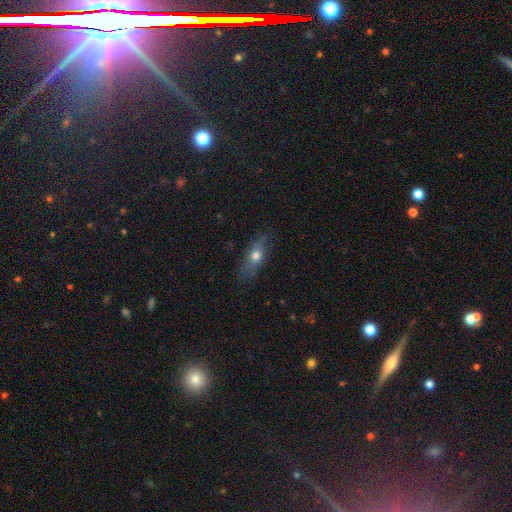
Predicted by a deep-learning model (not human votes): Q: Smooth or featured?
A: smooth (62%); runner-up: featured or disk (30%)
Q: How rounded?
A: in between (61%); runner-up: cigar-shaped (30%)
Q: Merging?
A: none (74%); runner-up: minor disturbance (19%)